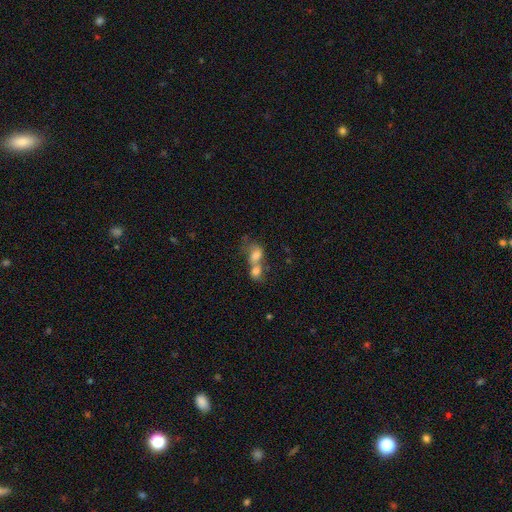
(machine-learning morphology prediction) Smooth or featured? smooth (67%)
How rounded? in between (66%)
Merging? merger (74%)